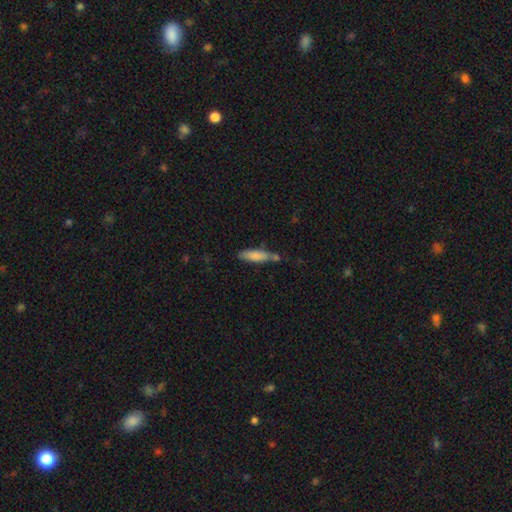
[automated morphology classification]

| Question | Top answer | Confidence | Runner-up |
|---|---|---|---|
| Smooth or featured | smooth | 80% | featured or disk (14%) |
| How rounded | cigar-shaped | 64% | in between (35%) |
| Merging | none | 54% | minor disturbance (24%) |